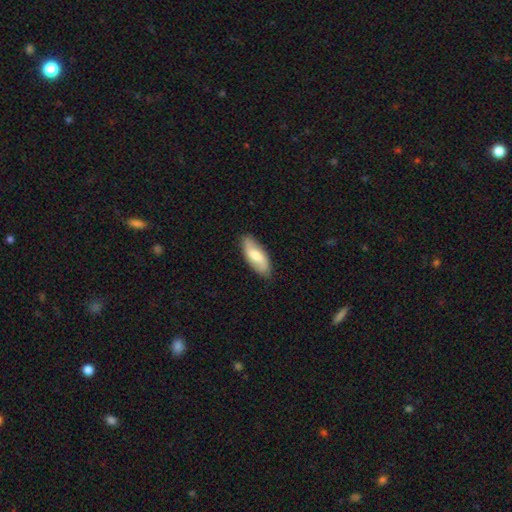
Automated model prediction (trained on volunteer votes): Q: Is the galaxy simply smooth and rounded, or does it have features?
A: smooth — 55%.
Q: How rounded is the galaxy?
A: in between — 82%.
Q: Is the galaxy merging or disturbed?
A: none — 83%.